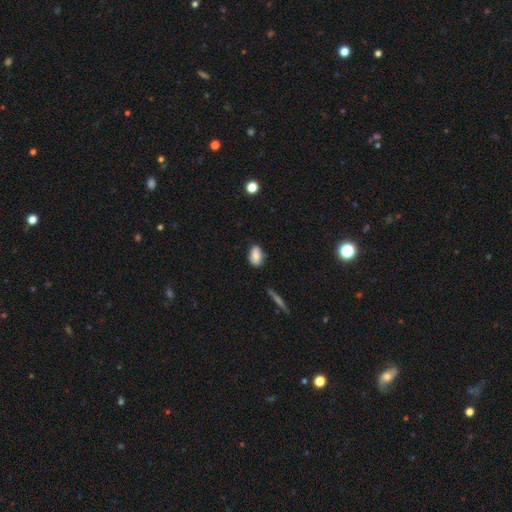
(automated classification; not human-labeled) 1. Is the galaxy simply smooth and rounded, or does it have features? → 84% smooth, 8% star or artifact, 8% featured or disk.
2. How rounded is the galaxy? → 87% in between, 10% round, 3% cigar-shaped.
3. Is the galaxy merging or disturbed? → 77% none, 18% minor disturbance, 3% major disturbance, 2% merger.